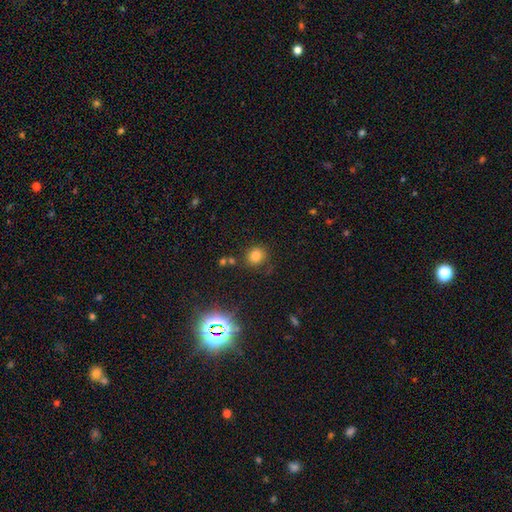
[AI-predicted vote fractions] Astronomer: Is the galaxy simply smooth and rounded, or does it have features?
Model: smooth — 77%.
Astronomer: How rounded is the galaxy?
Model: round — 82%.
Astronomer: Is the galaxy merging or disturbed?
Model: none — 76%.